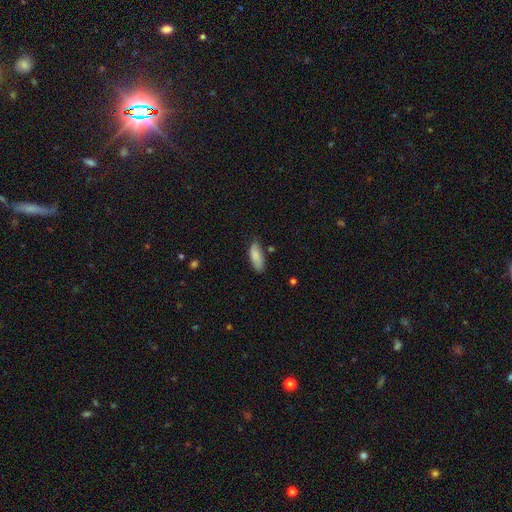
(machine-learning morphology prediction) This appears to be a smooth galaxy with no disk features (81%) that is in between round and cigar-shaped (78%). Merging: none (67%).